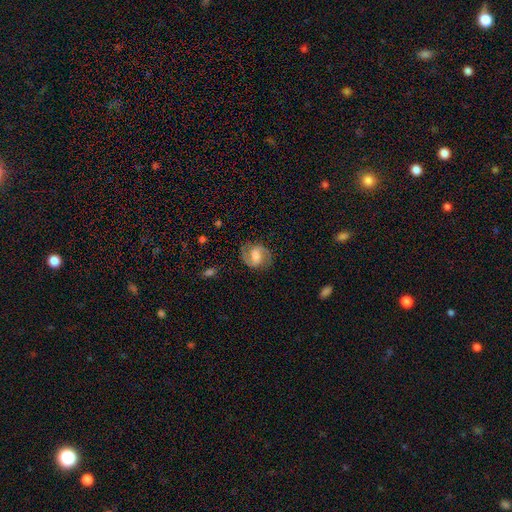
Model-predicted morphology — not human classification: Overall: featured or disk (83%). Edge-on disk: no (98%). Bar: weak (50%; no 25%). Spiral arms: yes (96%). Spiral arm count: 2 (93%). Spiral winding: medium (57%; tight 22%). Bulge size: moderate (44%; small 24%). Merging: none (82%).